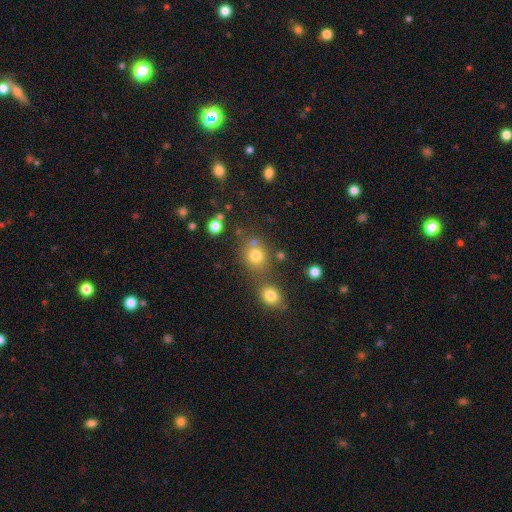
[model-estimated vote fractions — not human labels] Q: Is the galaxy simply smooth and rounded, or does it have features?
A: smooth — 76%.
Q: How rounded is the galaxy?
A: round — 78%.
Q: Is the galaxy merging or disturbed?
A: none — 60%.